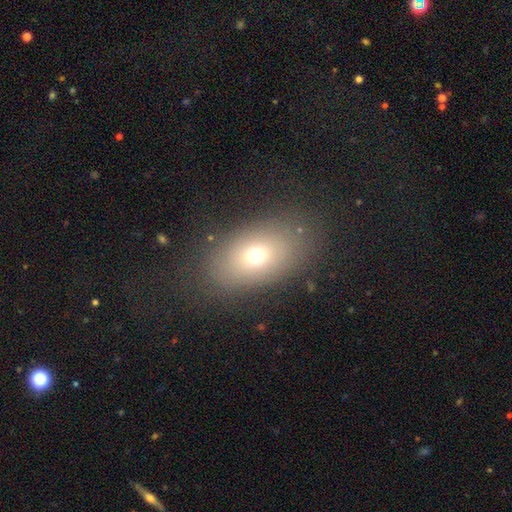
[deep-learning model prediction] smooth-or-featured: smooth: 68% | star or artifact: 16% | featured or disk: 16%
  how-rounded: in between: 77% | round: 21% | cigar-shaped: 2%
  merging: none: 80% | minor disturbance: 11% | major disturbance: 8% | merger: 2%